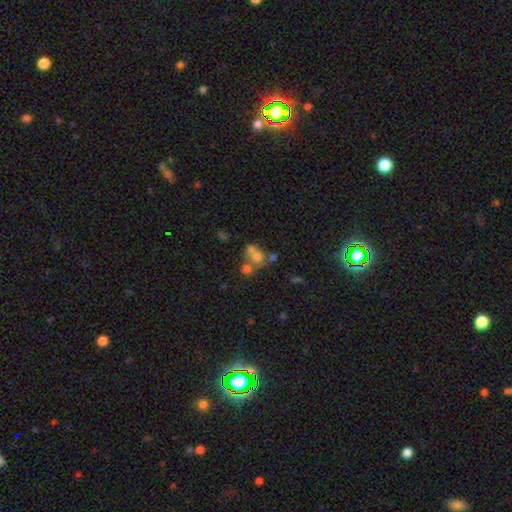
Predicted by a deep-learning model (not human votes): smooth-or-featured: smooth: 62% | featured or disk: 21% | star or artifact: 17%
  how-rounded: round: 64% | in between: 35% | cigar-shaped: 1%
  merging: merger: 52% | none: 32% | minor disturbance: 9% | major disturbance: 8%